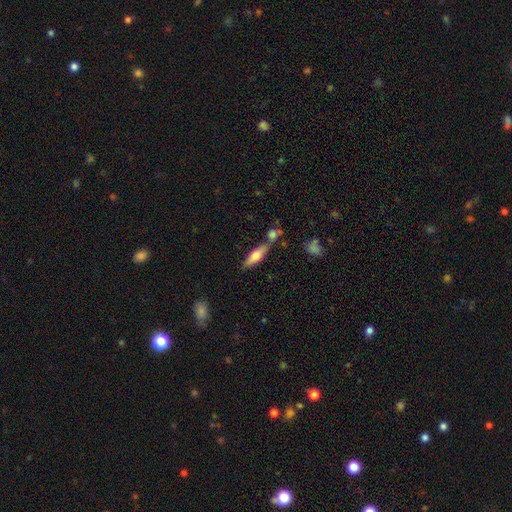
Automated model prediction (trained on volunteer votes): This is possibly a smooth galaxy (58%). How rounded: possibly cigar-shaped (52%). Merging: likely none (62%).